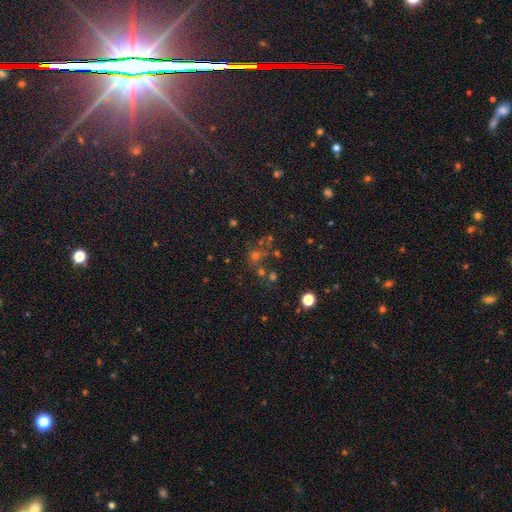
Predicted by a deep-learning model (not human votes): smooth-or-featured: smooth: 43% | star or artifact: 41% | featured or disk: 16%
  merging: none: 56% | merger: 25% | minor disturbance: 10% | major disturbance: 9%